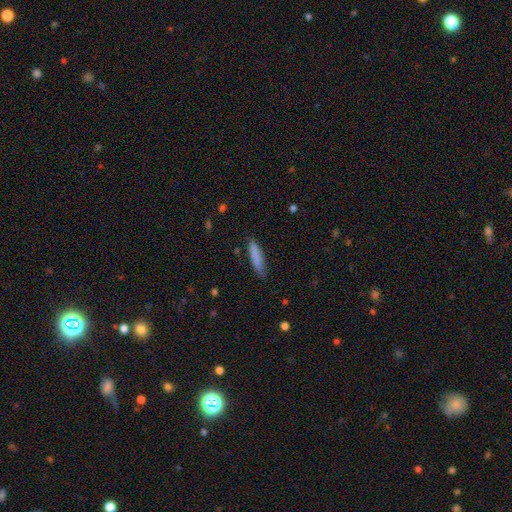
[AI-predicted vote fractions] smooth-or-featured: smooth: 83% | featured or disk: 11% | star or artifact: 7%
  how-rounded: cigar-shaped: 84% | in between: 15% | round: 1%
  merging: none: 81% | minor disturbance: 15% | major disturbance: 3% | merger: 1%